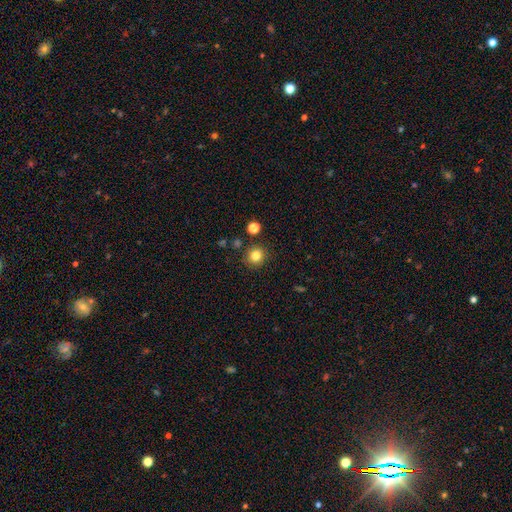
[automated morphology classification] Smooth or featured?
  - smooth: 82% *
  - star or artifact: 12%
  - featured or disk: 6%
How rounded?
  - round: 91% *
  - in between: 8%
  - cigar-shaped: 1%
Merging?
  - none: 87% *
  - minor disturbance: 7%
  - merger: 3%
  - major disturbance: 2%